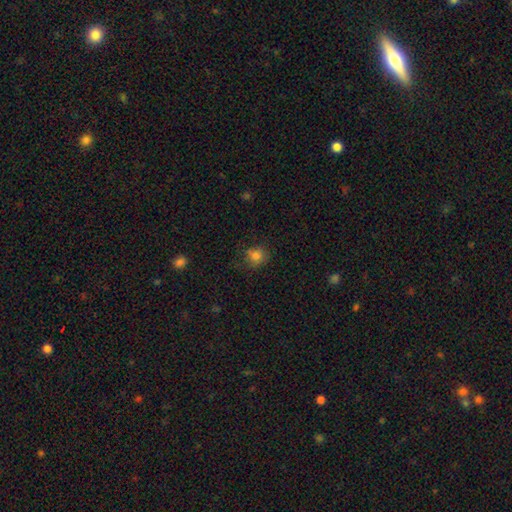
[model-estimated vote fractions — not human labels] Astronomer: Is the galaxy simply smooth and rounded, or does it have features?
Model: smooth — 80%.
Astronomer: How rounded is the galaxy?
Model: round — 79%.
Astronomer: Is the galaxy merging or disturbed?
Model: none — 70%.